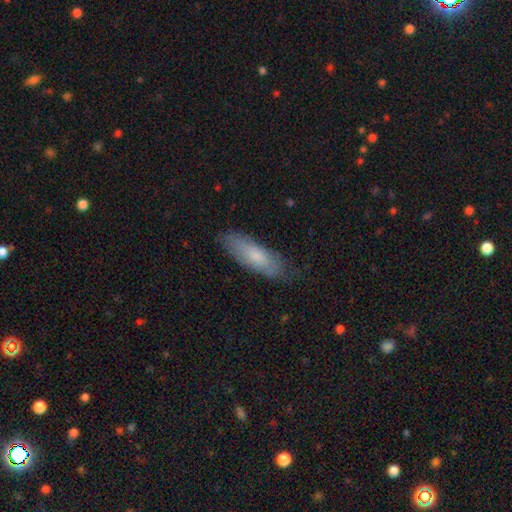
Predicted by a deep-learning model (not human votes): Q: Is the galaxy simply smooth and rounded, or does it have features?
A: smooth — 73%.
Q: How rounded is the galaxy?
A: in between — 56%.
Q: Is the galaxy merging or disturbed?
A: none — 74%.